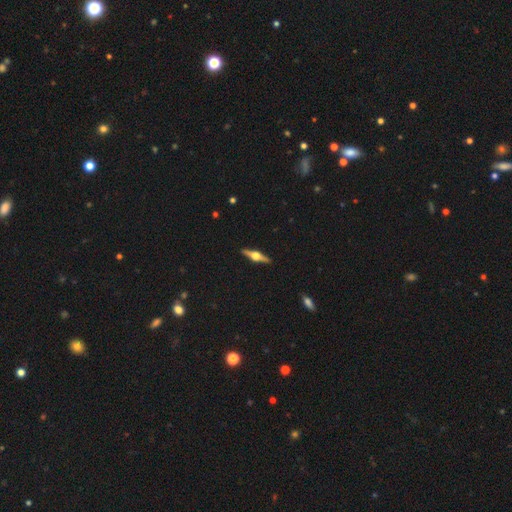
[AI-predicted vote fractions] Overall: featured or disk (80%). Edge-on disk: yes (98%). Edge-on bulge: rounded (95%). Merging: none (92%).